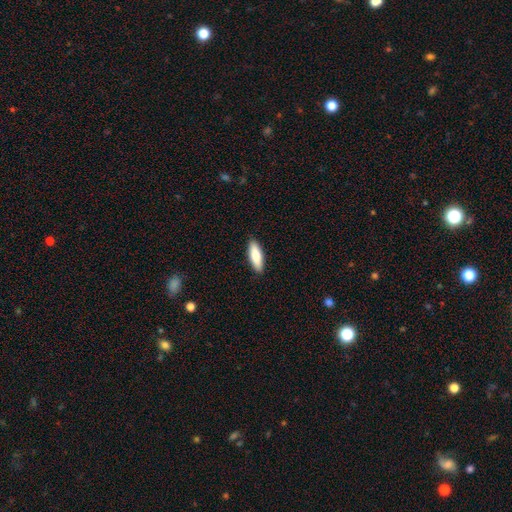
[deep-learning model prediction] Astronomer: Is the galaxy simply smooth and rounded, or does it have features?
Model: smooth — 79%.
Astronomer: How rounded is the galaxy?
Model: in between — 57% (runner-up: cigar-shaped, 41%).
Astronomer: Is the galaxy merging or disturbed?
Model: none — 90%.